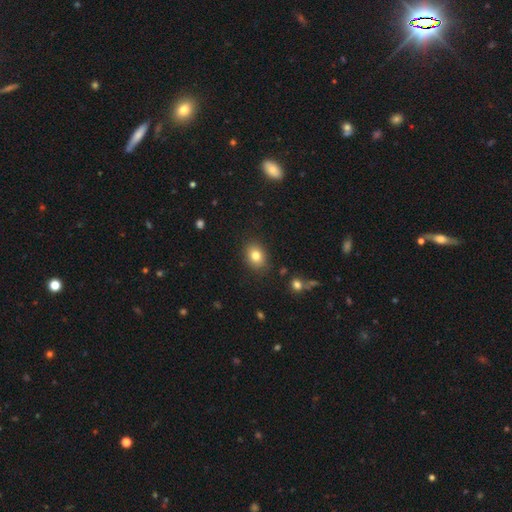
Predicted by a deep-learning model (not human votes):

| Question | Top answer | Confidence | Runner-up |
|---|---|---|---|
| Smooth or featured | smooth | 81% | star or artifact (10%) |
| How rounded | in between | 58% | round (41%) |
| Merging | none | 86% | minor disturbance (9%) |